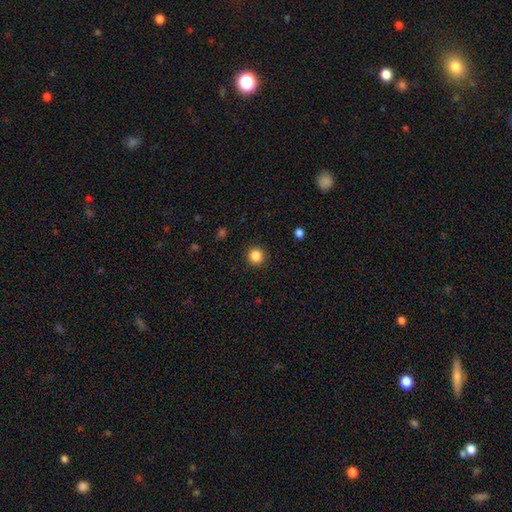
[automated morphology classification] type=smooth (86%); roundness=round (94%); merging=none (91%).